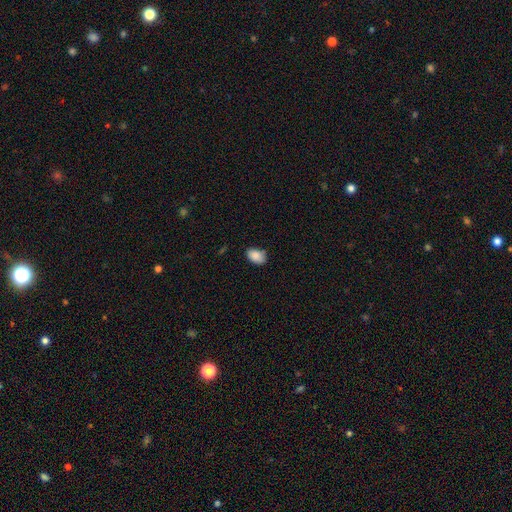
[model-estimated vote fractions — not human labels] A smooth galaxy with no disk features (87%) that is in between round and cigar-shaped (87%).

Vote fractions:
- Smooth or featured? smooth: 87% / star or artifact: 8% / featured or disk: 5%
- How rounded? in between: 87% / round: 12% / cigar-shaped: 1%
- Merging? none: 74% / minor disturbance: 21% / major disturbance: 3% / merger: 2%